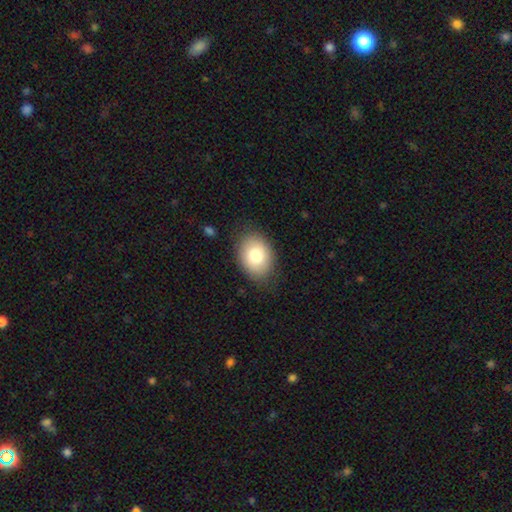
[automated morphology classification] This is clearly a smooth galaxy (80%). How rounded: likely in between (71%). Merging: clearly none (82%).